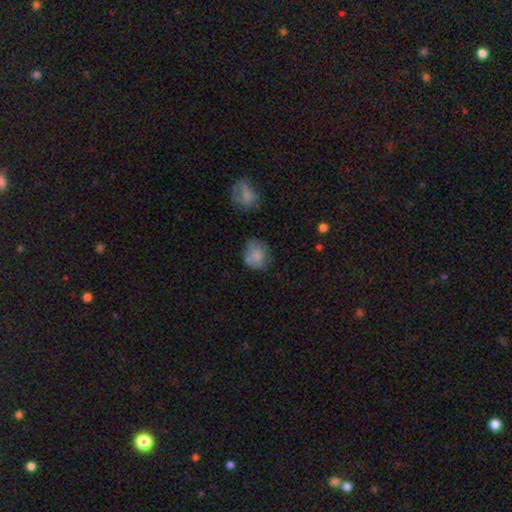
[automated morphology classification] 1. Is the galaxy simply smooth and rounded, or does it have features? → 74% smooth, 18% featured or disk, 8% star or artifact.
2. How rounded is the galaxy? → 68% round, 31% in between, 1% cigar-shaped.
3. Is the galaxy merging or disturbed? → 53% none, 27% minor disturbance, 11% major disturbance, 9% merger.